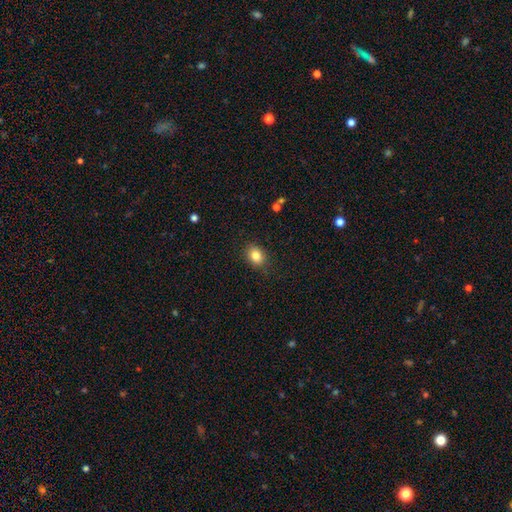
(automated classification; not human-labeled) smooth_or_featured: smooth (p=0.83) [alt: star or artifact p=0.10]
how_rounded: in between (p=0.53) [alt: round p=0.46]
merging: none (p=0.85) [alt: minor disturbance p=0.11]